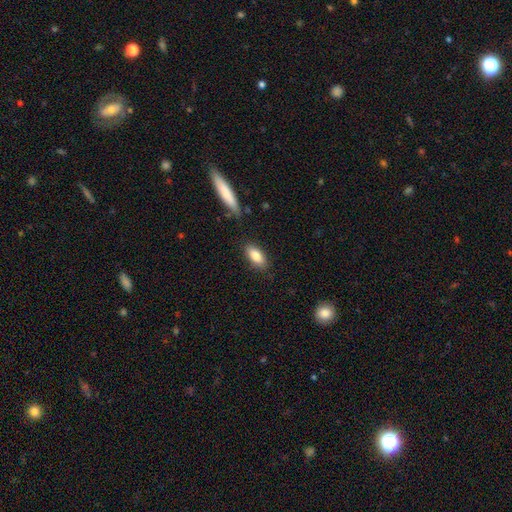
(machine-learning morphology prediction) This is clearly a smooth galaxy (83%). How rounded: clearly in between (85%). Merging: clearly none (84%).